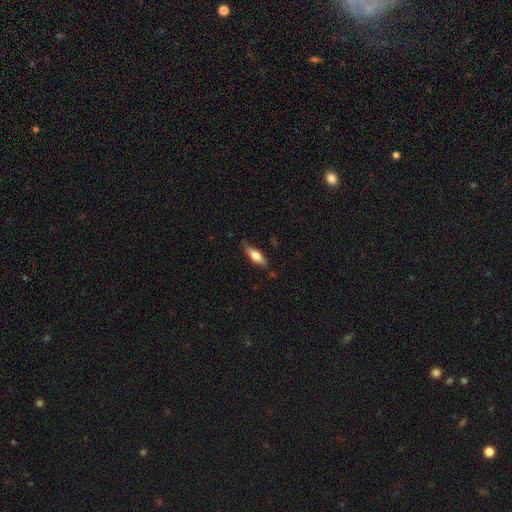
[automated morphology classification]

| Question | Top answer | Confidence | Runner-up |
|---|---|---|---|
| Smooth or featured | smooth | 61% | featured or disk (33%) |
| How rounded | cigar-shaped | 50% | in between (48%) |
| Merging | none | 74% | minor disturbance (20%) |